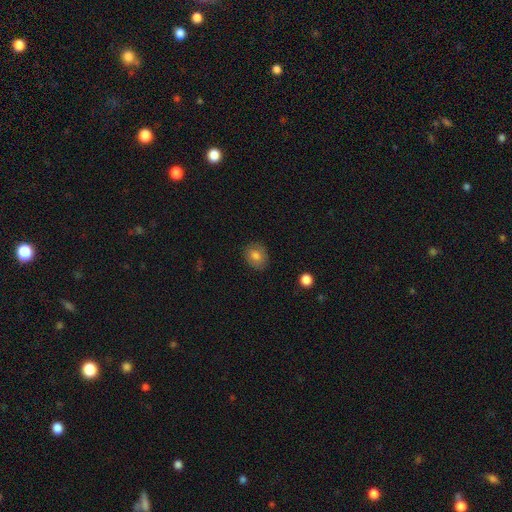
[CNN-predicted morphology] smooth_or_featured: smooth (p=0.81) [alt: featured or disk p=0.09]
how_rounded: round (p=0.54) [alt: in between p=0.45]
merging: none (p=0.84) [alt: minor disturbance p=0.12]